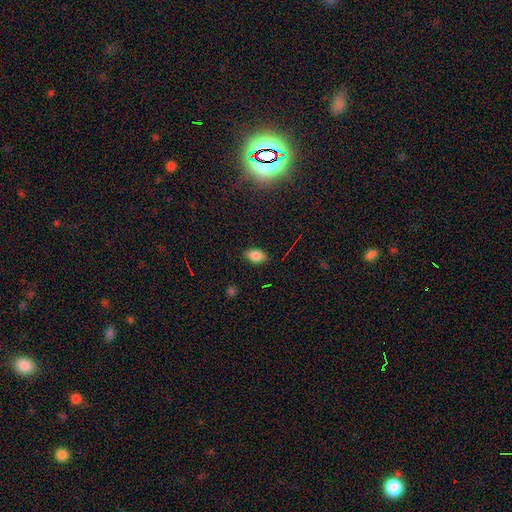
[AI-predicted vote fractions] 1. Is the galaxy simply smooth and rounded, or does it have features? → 83% smooth, 10% star or artifact, 7% featured or disk.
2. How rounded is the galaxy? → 90% in between, 7% round, 3% cigar-shaped.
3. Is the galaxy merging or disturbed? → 85% none, 12% minor disturbance, 3% major disturbance, 1% merger.